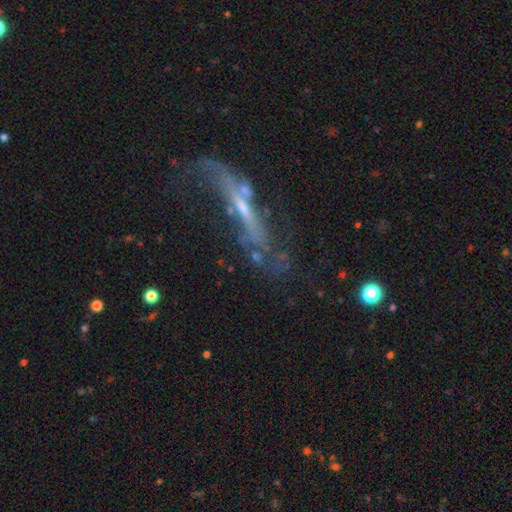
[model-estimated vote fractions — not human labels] Smooth or featured?
  - featured or disk: 62% *
  - smooth: 24%
  - star or artifact: 14%
Edge-on disk?
  - yes: 56% *
  - no: 44%
Merging?
  - none: 42% *
  - major disturbance: 24%
  - minor disturbance: 21%
  - merger: 13%